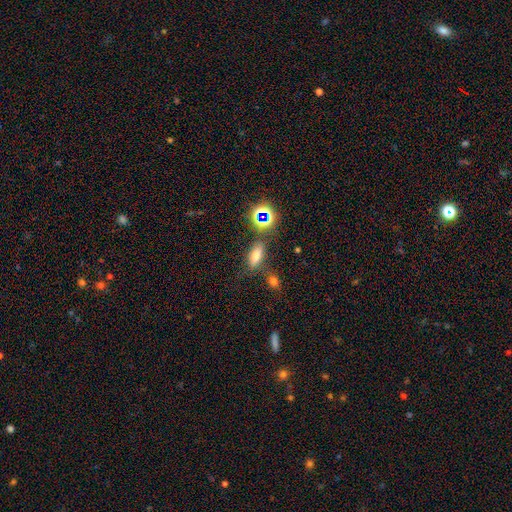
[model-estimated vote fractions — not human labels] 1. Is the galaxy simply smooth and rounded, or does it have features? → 63% smooth, 22% star or artifact, 14% featured or disk.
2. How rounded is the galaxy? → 74% in between, 17% cigar-shaped, 9% round.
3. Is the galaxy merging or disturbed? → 70% none, 14% minor disturbance, 10% merger, 6% major disturbance.